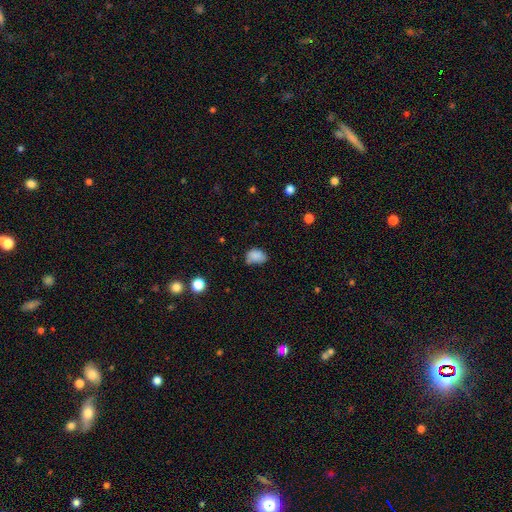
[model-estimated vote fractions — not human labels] This is clearly a smooth galaxy (83%). How rounded: clearly in between (81%). Merging: possibly none (52%).